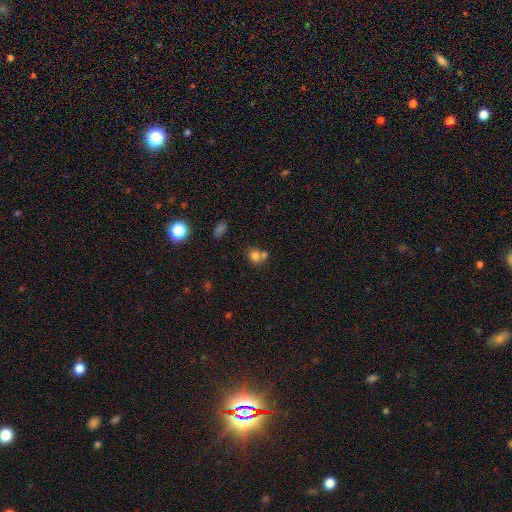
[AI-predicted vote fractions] smooth 77%, star or artifact 13%, featured or disk 10%. Down the decision tree: how rounded — round (72%); merging — none (44%).